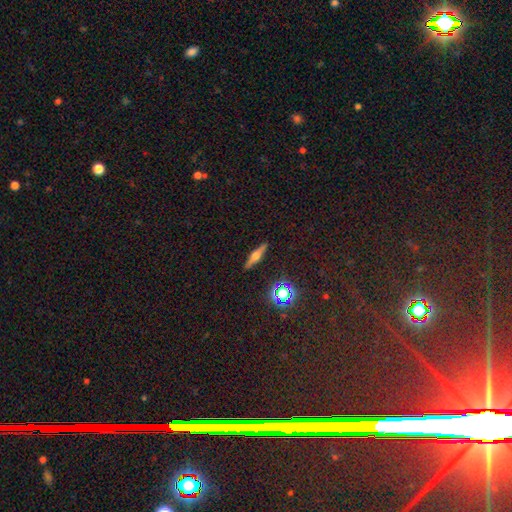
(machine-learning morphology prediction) Q: Smooth or featured?
A: featured or disk (60%); runner-up: smooth (28%)
Q: Edge-on disk?
A: yes (96%); runner-up: no (4%)
Q: Edge-on bulge?
A: rounded (90%); runner-up: boxy (7%)
Q: Merging?
A: none (90%); runner-up: minor disturbance (7%)